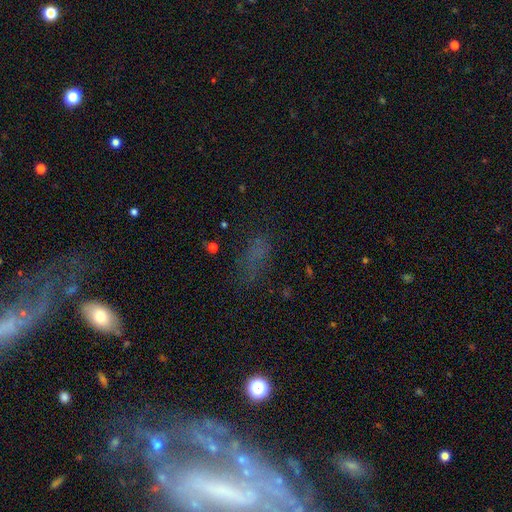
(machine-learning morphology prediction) Overall: smooth (50%; star or artifact 33%). How rounded: in between (75%). Merging: none (56%; minor disturbance 20%).